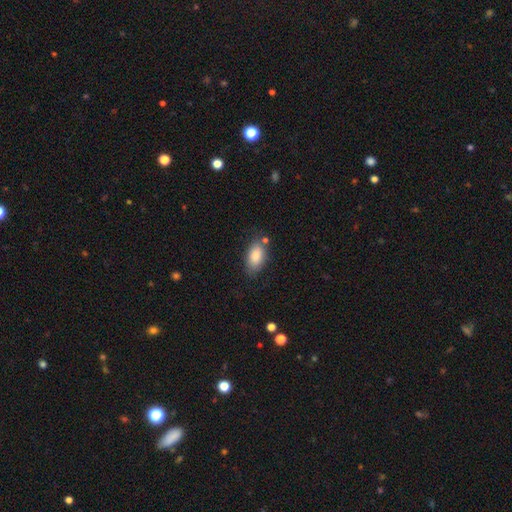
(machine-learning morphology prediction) Smooth or featured? Predicted: smooth (p=0.86). How rounded? Predicted: in between (p=0.92). Merging? Predicted: none (p=0.71).